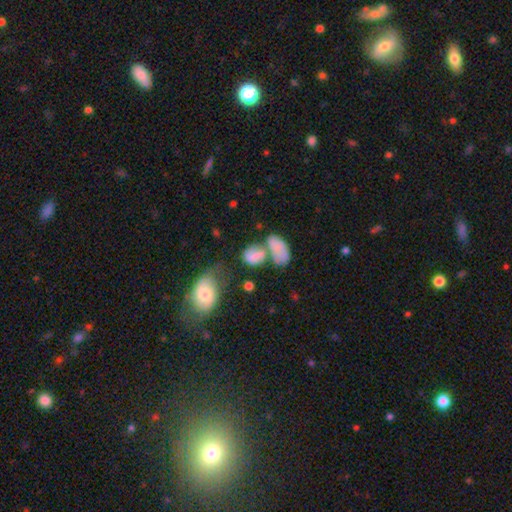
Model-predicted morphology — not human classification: Smooth or featured: smooth — 68% (featured or disk — 18%)
How rounded: in between — 78% (round — 18%)
Merging: merger — 39% (none — 31%)